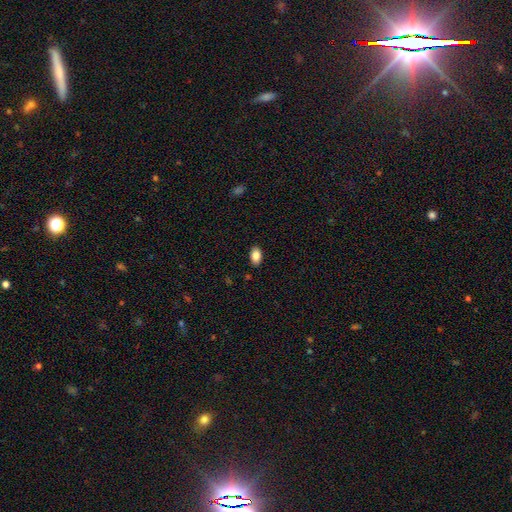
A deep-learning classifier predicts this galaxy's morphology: This appears to be a smooth galaxy with no disk features (86%) that is in between round and cigar-shaped (90%). Merging: none (88%).